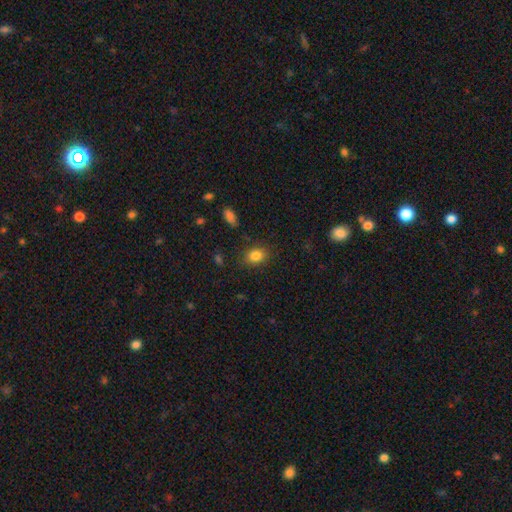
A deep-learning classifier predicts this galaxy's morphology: Smooth or featured? smooth (83%)
How rounded? in between (62%)
Merging? none (83%)